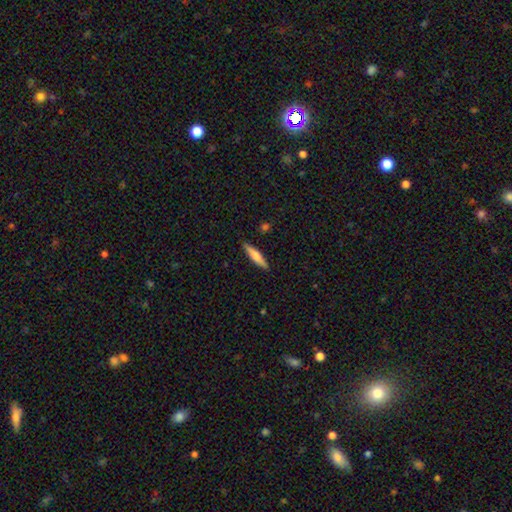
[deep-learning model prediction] Overall: smooth (63%; featured or disk 32%). How rounded: cigar-shaped (85%). Merging: none (89%).